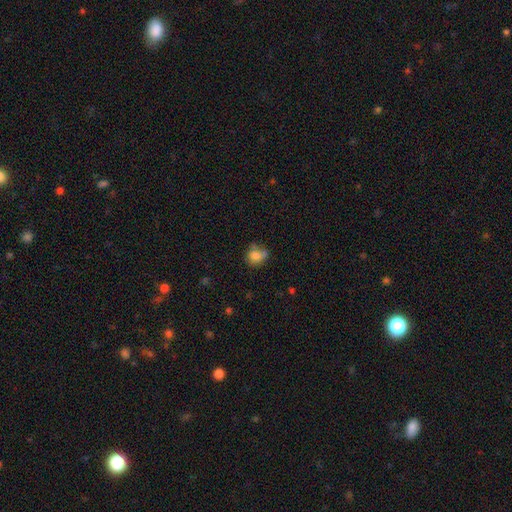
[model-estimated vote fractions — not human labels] smooth_or_featured: smooth (p=0.77) [alt: featured or disk p=0.13]
how_rounded: round (p=0.66) [alt: in between p=0.33]
merging: none (p=0.46) [alt: minor disturbance p=0.27]